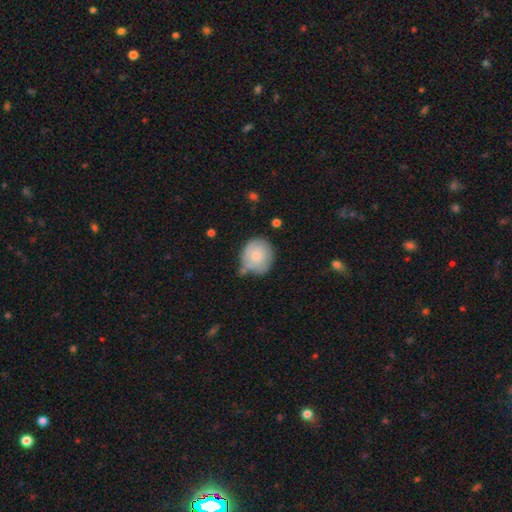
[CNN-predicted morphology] Smooth or featured? Predicted: smooth (p=0.69). How rounded? Predicted: round (p=0.79). Merging? Predicted: none (p=0.55).